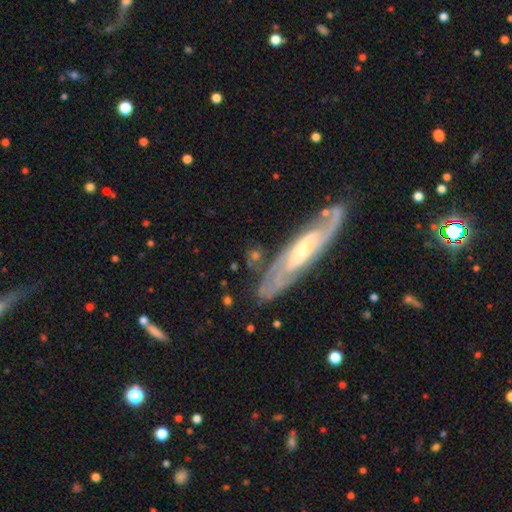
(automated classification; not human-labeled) featured or disk 69%, smooth 23%, star or artifact 7%. Down the decision tree: edge-on disk — no (72%); merging — none (71%).